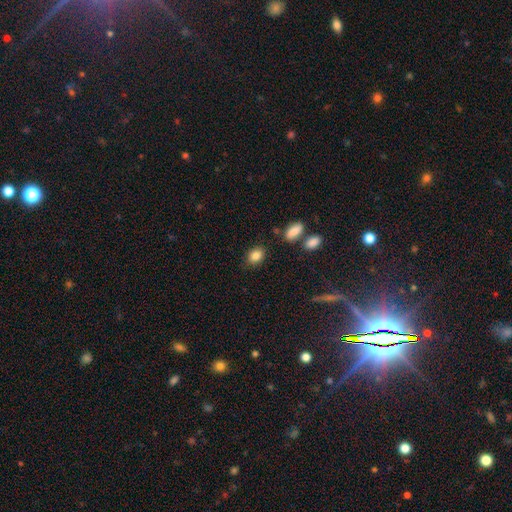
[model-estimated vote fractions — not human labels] Overall: smooth (85%). How rounded: in between (68%; round 31%). Merging: none (82%).